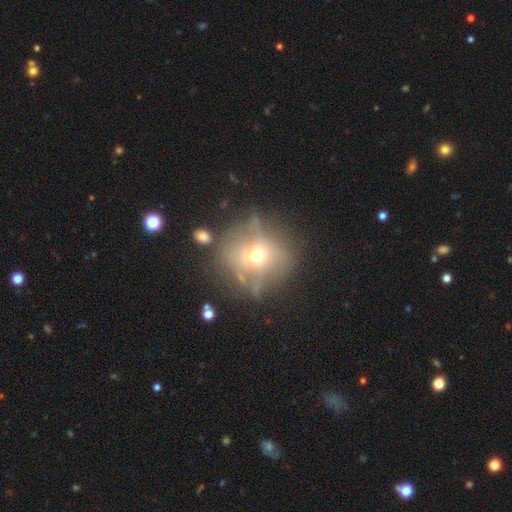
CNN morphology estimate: This appears to be a smooth galaxy with no disk features (45%). Merging: none (62%).